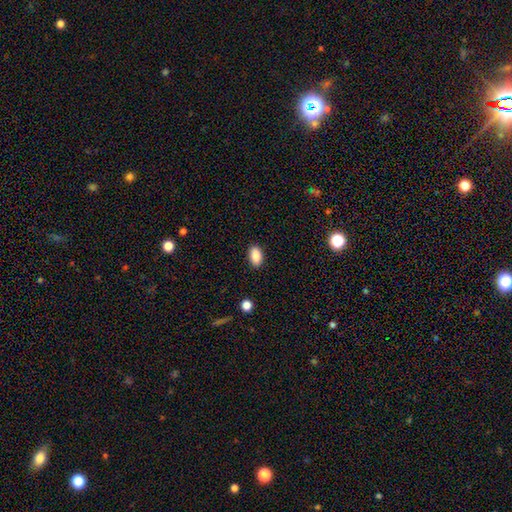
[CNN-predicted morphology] A smooth galaxy with no disk features (89%) that is in between round and cigar-shaped (92%).

Vote fractions:
- Smooth or featured? smooth: 89% / star or artifact: 8% / featured or disk: 3%
- How rounded? in between: 92% / round: 6% / cigar-shaped: 3%
- Merging? none: 88% / minor disturbance: 8% / major disturbance: 2% / merger: 1%